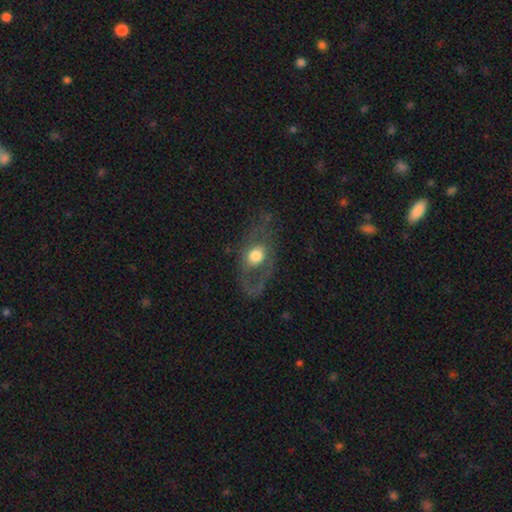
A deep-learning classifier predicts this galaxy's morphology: A featured or disk galaxy (53%). Merging: none (51%).